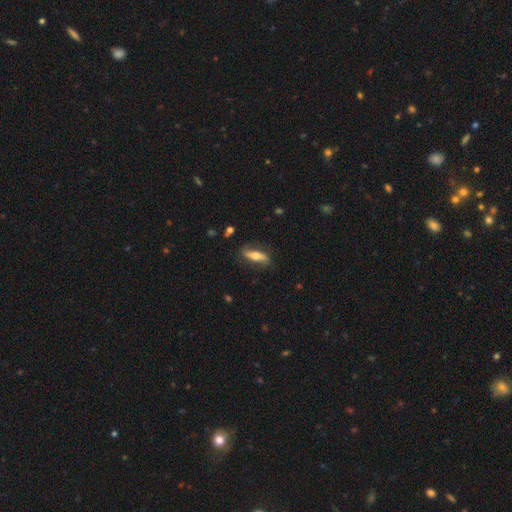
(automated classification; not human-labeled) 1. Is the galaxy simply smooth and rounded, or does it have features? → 47% smooth, 46% featured or disk, 6% star or artifact.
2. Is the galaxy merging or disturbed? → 78% none, 16% minor disturbance, 5% major disturbance, 1% merger.